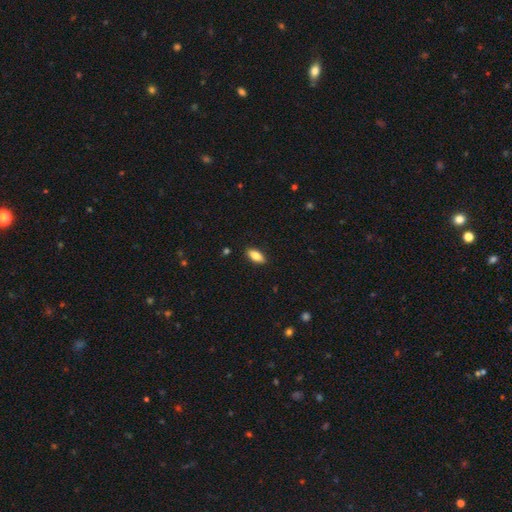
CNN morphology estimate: smooth 80%, featured or disk 14%, star or artifact 7%. Down the decision tree: how rounded — in between (86%); merging — none (89%).